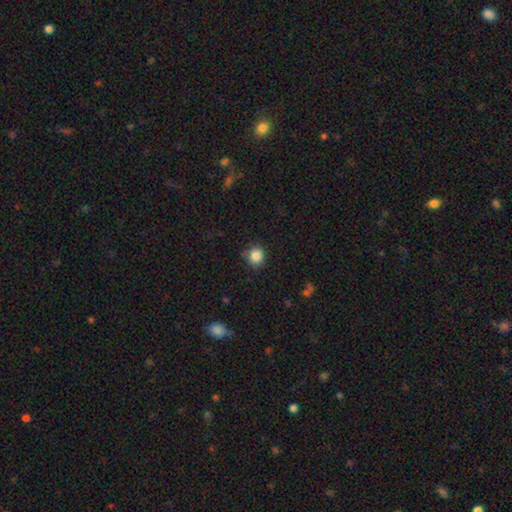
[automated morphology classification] This appears to be a smooth galaxy with no disk features (85%) that is round (88%). Merging: none (83%).